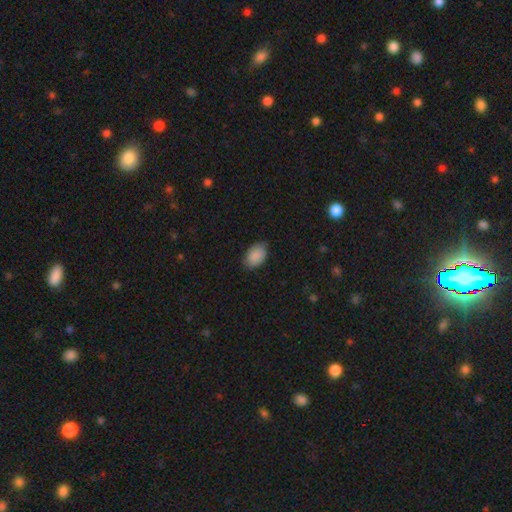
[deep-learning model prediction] smooth-or-featured: smooth: 89% | star or artifact: 7% | featured or disk: 5%
  how-rounded: in between: 89% | round: 10% | cigar-shaped: 1%
  merging: none: 79% | minor disturbance: 17% | major disturbance: 3% | merger: 1%